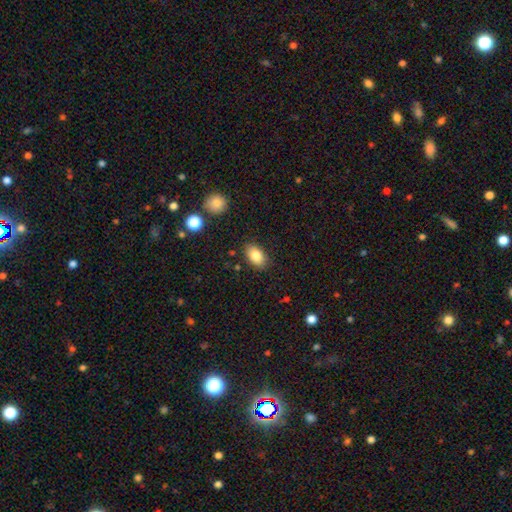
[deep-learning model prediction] The model was most divided on "merging": none: 85%, minor disturbance: 10%, major disturbance: 3%, merger: 2%. More confident: how rounded — in between (90%); smooth or featured — smooth (84%).